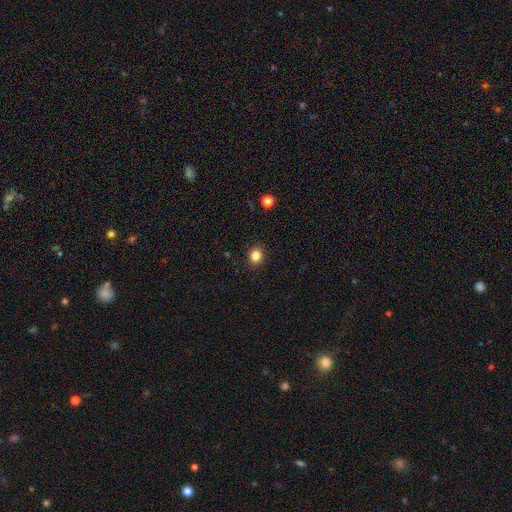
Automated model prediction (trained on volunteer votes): Smooth or featured? smooth (84%)
How rounded? round (71%)
Merging? none (90%)